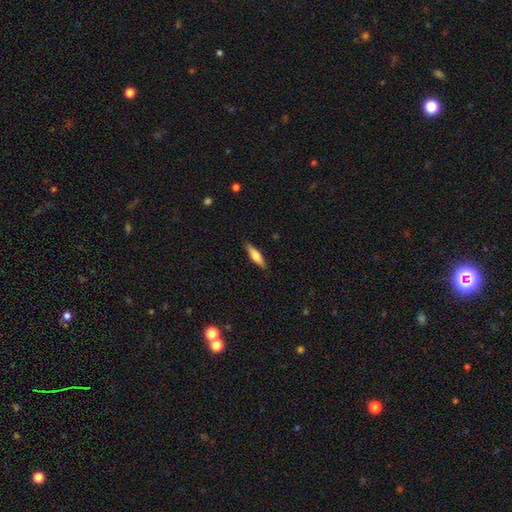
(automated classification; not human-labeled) Smooth or featured? smooth (56%)
How rounded? cigar-shaped (67%)
Merging? none (88%)